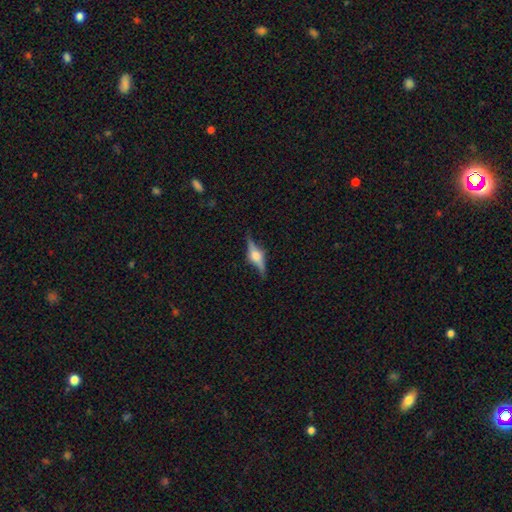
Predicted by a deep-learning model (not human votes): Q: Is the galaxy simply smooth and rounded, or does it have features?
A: featured or disk — 79%.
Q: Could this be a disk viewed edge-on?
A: yes — 94%.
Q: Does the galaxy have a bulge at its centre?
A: rounded — 92%.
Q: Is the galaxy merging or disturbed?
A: none — 82%.